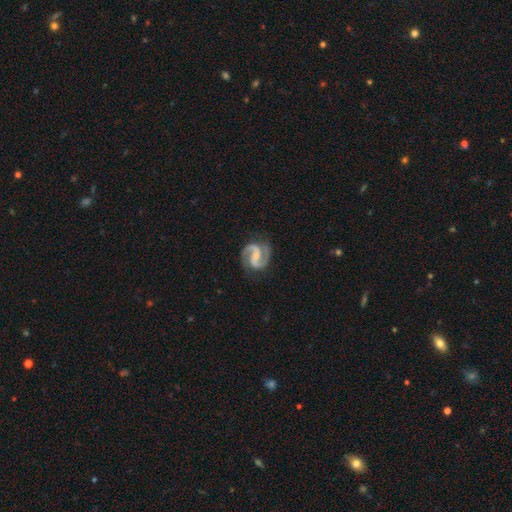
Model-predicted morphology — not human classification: type=featured or disk (93%); edge-on=no (98%); bar=weak (44%); spiral arms=yes (98%); winding=medium (63%); arm count=2 (94%); bulge=small (53%); merging=none (84%).